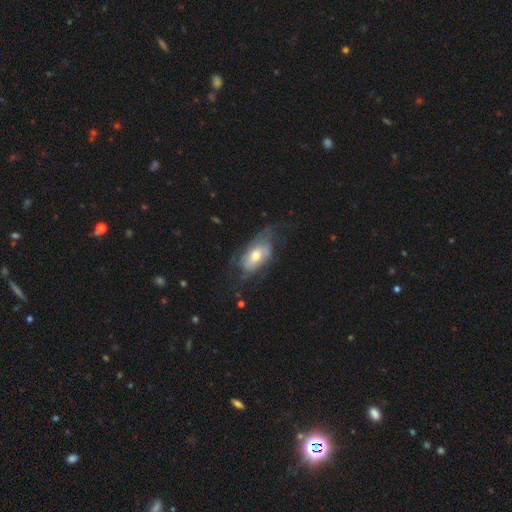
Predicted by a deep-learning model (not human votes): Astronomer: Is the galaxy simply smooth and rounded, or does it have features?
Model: featured or disk — 59% (runner-up: smooth, 35%).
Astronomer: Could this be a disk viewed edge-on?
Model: no — 90%.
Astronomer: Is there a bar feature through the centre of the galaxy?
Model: no — 67%.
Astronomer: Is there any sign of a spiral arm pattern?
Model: yes — 70%.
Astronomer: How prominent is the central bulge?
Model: moderate — 68%.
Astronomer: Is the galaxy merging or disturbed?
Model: none — 45% (runner-up: minor disturbance, 27%).